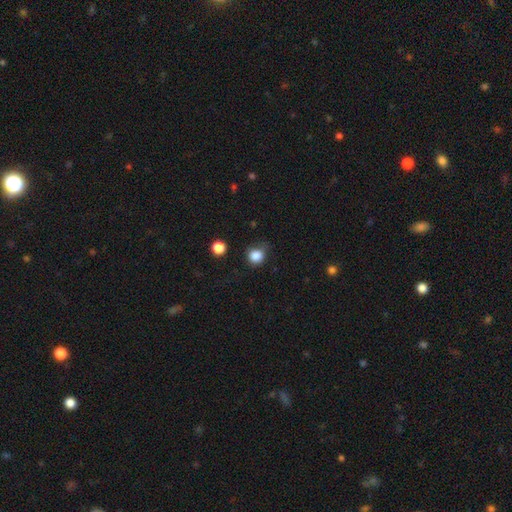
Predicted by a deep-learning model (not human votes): Smooth or featured? smooth (85%)
How rounded? round (80%)
Merging? none (65%)